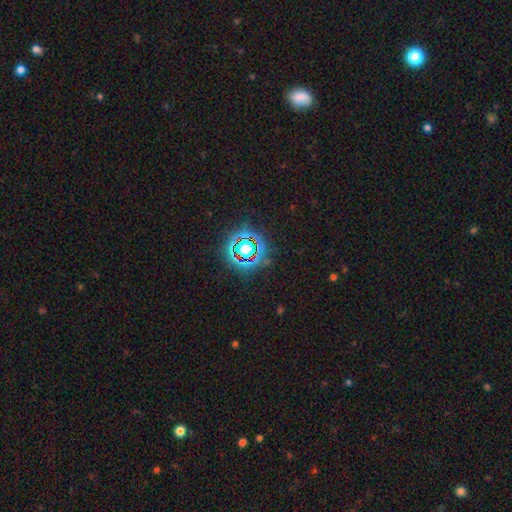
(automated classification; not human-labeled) star or artifact 78%, smooth 13%, featured or disk 9%.